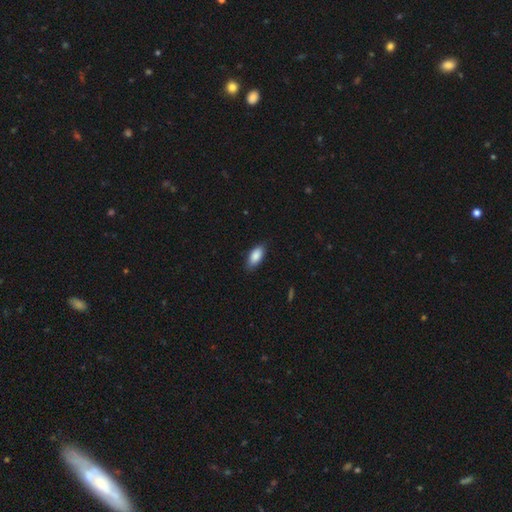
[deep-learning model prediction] Smooth or featured? smooth (87%)
How rounded? in between (89%)
Merging? none (83%)